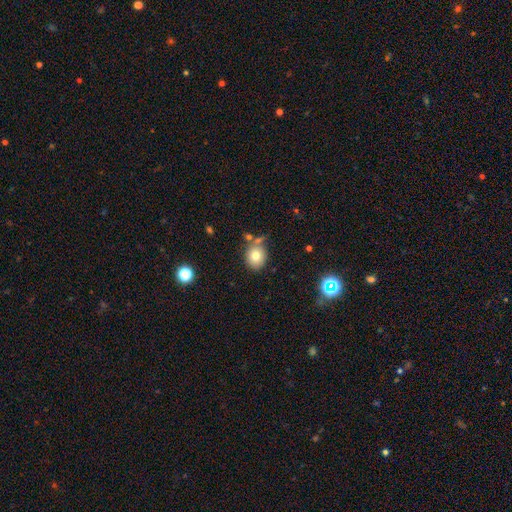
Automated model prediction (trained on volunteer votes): A smooth galaxy with no disk features (76%) that is round (69%).

Vote fractions:
- Smooth or featured? smooth: 76% / featured or disk: 12% / star or artifact: 11%
- How rounded? round: 69% / in between: 30% / cigar-shaped: 1%
- Merging? none: 66% / minor disturbance: 15% / merger: 14% / major disturbance: 5%